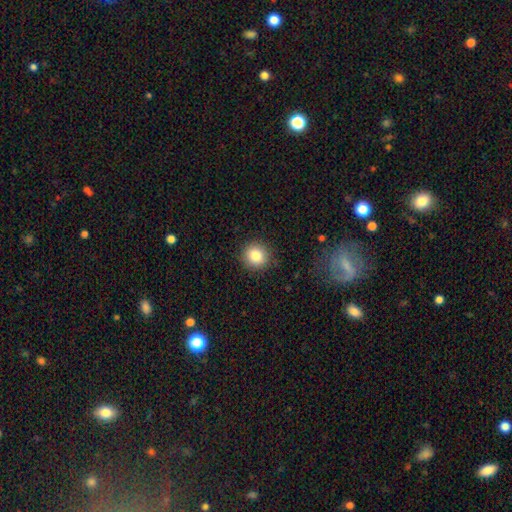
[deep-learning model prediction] A smooth galaxy with no disk features (84%) that is round (90%).

Vote fractions:
- Smooth or featured? smooth: 84% / star or artifact: 10% / featured or disk: 6%
- How rounded? round: 90% / in between: 9% / cigar-shaped: 1%
- Merging? none: 89% / minor disturbance: 7% / major disturbance: 2% / merger: 1%